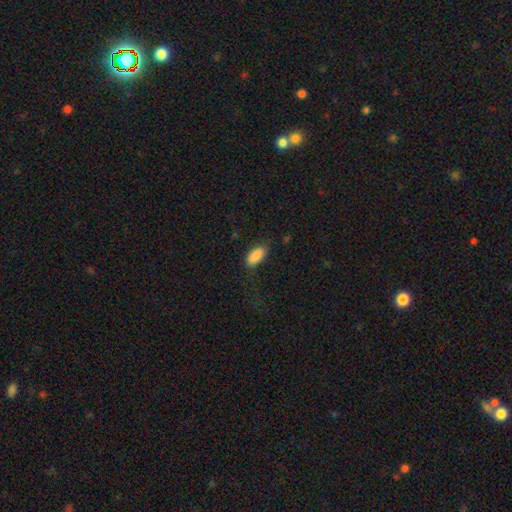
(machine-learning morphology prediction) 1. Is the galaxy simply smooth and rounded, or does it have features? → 89% smooth, 7% star or artifact, 4% featured or disk.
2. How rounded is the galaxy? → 92% in between, 6% cigar-shaped, 3% round.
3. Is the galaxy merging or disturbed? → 76% none, 17% minor disturbance, 6% major disturbance, 1% merger.